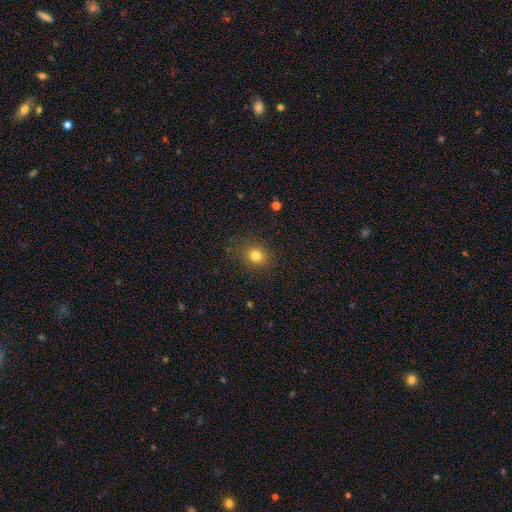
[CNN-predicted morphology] Overall: smooth (80%). How rounded: round (67%; in between 32%). Merging: none (86%).